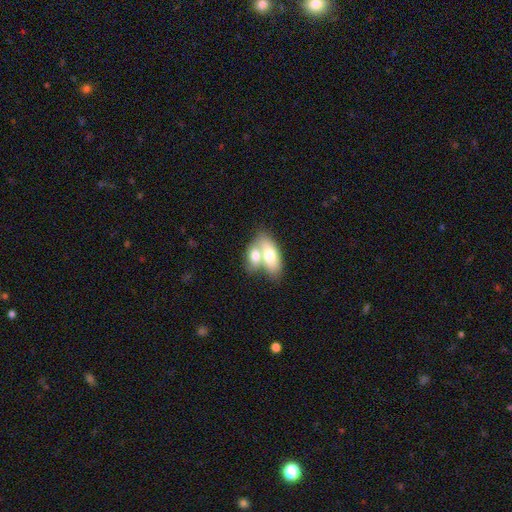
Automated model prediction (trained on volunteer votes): Morphology: type=smooth (67%); roundness=in between (86%); merging=merger (72%).